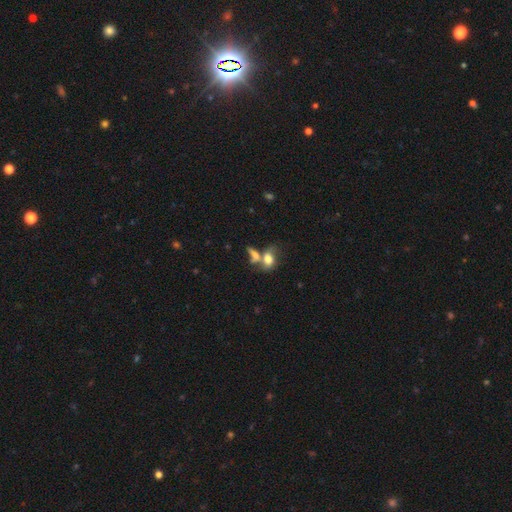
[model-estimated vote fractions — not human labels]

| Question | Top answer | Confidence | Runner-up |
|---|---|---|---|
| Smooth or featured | smooth | 67% | featured or disk (22%) |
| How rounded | in between | 72% | round (19%) |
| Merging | merger | 54% | none (27%) |